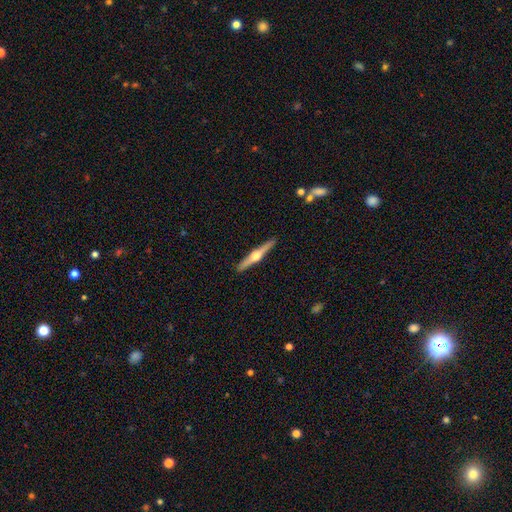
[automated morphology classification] This appears to be a featured or disk galaxy (76%) viewed edge-on (98%) with a rounded central bulge (96%). Merging: none (92%).